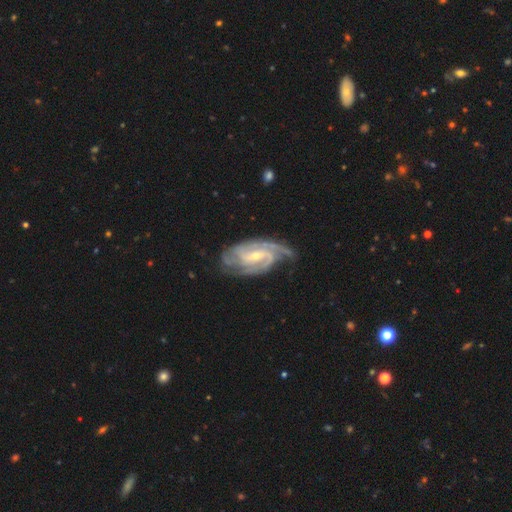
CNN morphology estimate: This is clearly a featured or disk galaxy (91%). It is clearly not viewed edge-on (96%). Bar: possibly weak (48%). Spiral arm pattern: clearly yes (98%). Spiral arm count: marginally 2 (34%). Spiral winding: possibly tight (54%). Central bulge: likely small (61%). Merging: likely none (67%).